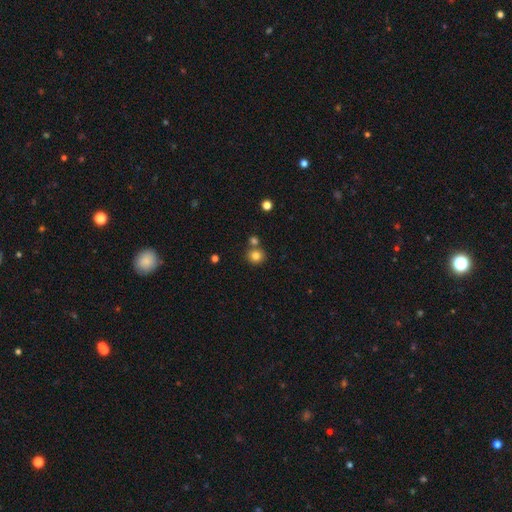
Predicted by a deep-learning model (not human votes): This is clearly a smooth galaxy (81%). How rounded: clearly round (90%). Merging: likely none (70%).